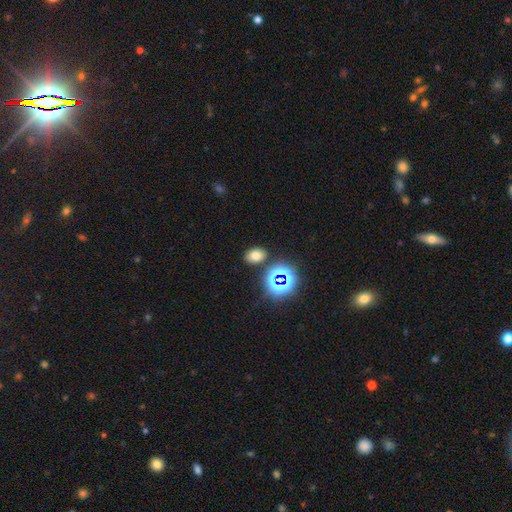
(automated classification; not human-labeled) smooth-or-featured: smooth: 68% | star or artifact: 22% | featured or disk: 9%
  how-rounded: in between: 76% | round: 23% | cigar-shaped: 1%
  merging: none: 83% | minor disturbance: 9% | merger: 5% | major disturbance: 3%